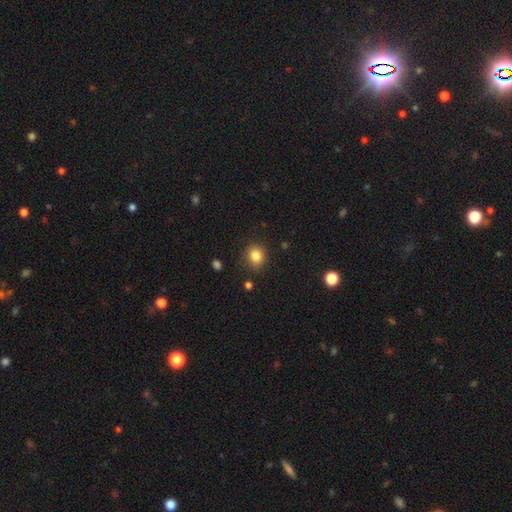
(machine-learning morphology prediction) A smooth galaxy with no disk features (84%) that is round (74%). Merging: none (85%).